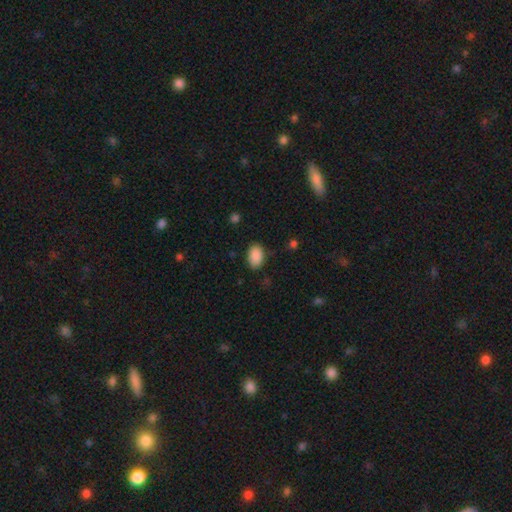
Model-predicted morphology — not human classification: type=smooth (90%); roundness=in between (90%); merging=none (84%).